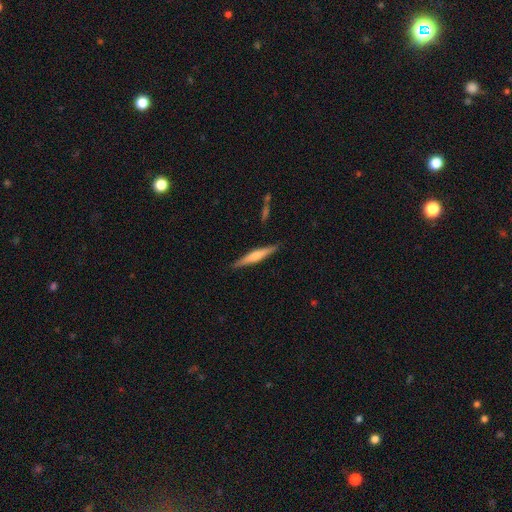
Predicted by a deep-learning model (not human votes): featured or disk 47% (tied), smooth 47% (tied), star or artifact 6%. Down the decision tree: merging — none (89%).